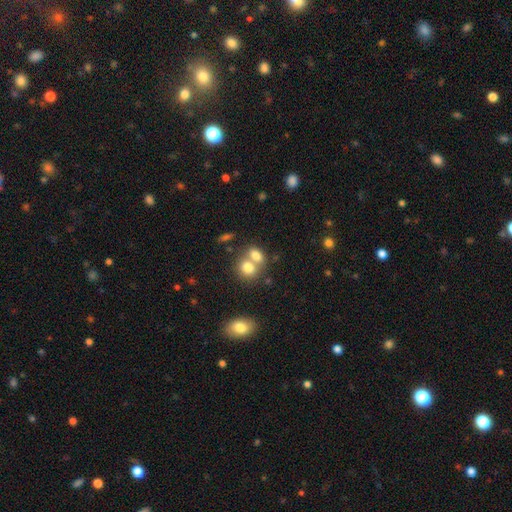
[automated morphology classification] The model was most divided on "merging": merger: 58%, none: 31%, minor disturbance: 7%, major disturbance: 3%. More confident: smooth or featured — smooth (77%); how rounded — in between (64%).